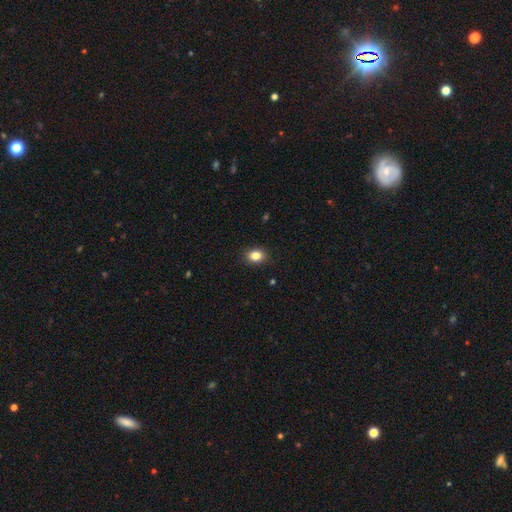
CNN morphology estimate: This appears to be a smooth galaxy with no disk features (84%) that is in between round and cigar-shaped (55%). Merging: none (89%).